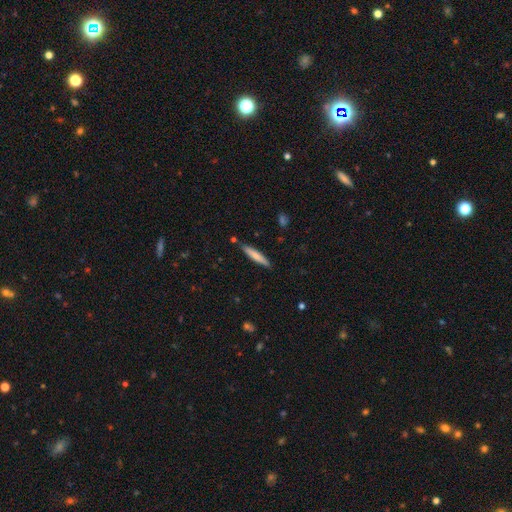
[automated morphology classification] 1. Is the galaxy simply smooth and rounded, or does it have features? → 71% smooth, 23% featured or disk, 5% star or artifact.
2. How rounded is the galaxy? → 91% cigar-shaped, 8% in between, 1% round.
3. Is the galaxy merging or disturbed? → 86% none, 9% minor disturbance, 3% merger, 2% major disturbance.